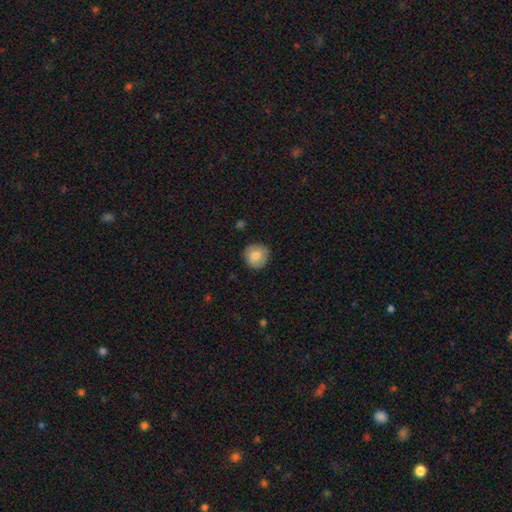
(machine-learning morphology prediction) This appears to be a smooth galaxy with no disk features (81%) that is round (92%). Merging: none (84%).